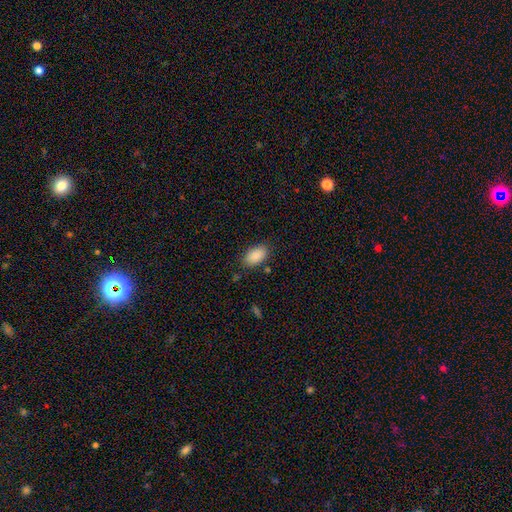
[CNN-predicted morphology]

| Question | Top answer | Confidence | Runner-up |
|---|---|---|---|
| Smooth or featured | smooth | 89% | star or artifact (7%) |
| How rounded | in between | 93% | round (4%) |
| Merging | none | 82% | minor disturbance (12%) |